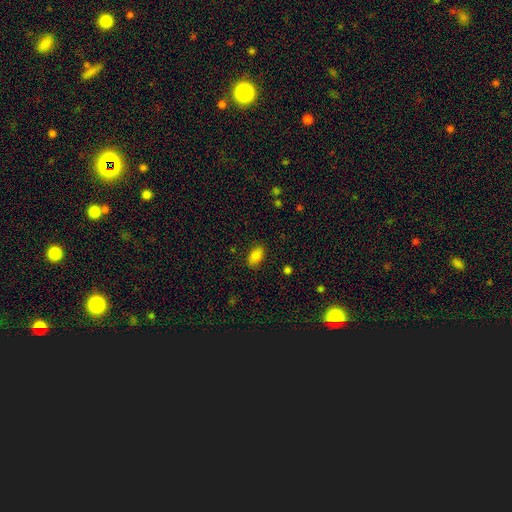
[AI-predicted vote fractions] Morphology: type=smooth (84%); roundness=in between (90%); merging=none (86%).